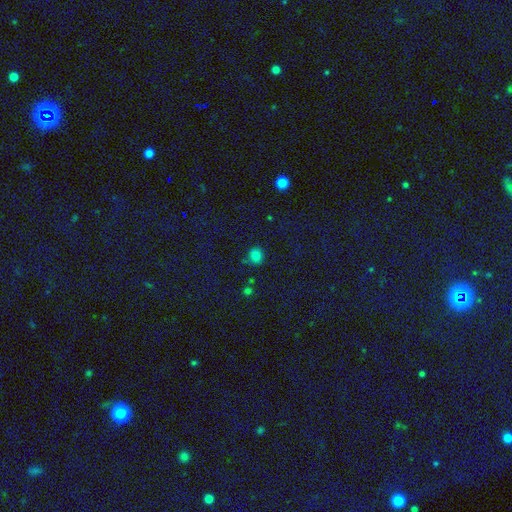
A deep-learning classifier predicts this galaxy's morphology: Smooth or featured? smooth (79%)
How rounded? round (77%)
Merging? none (76%)